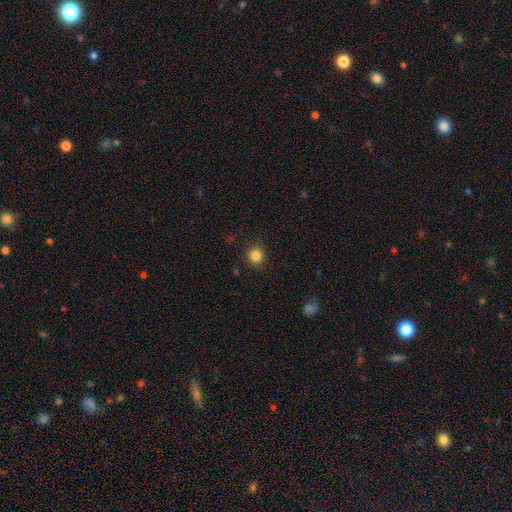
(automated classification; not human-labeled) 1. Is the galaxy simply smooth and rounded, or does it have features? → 85% smooth, 12% star or artifact, 3% featured or disk.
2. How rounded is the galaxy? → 92% round, 8% in between, 1% cigar-shaped.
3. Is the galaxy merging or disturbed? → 89% none, 8% minor disturbance, 3% major disturbance, 1% merger.